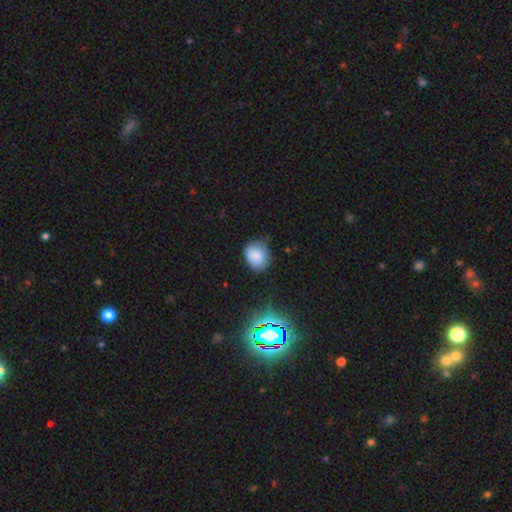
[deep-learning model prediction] A smooth galaxy with no disk features (80%) that is round (61%). Merging: none (63%).